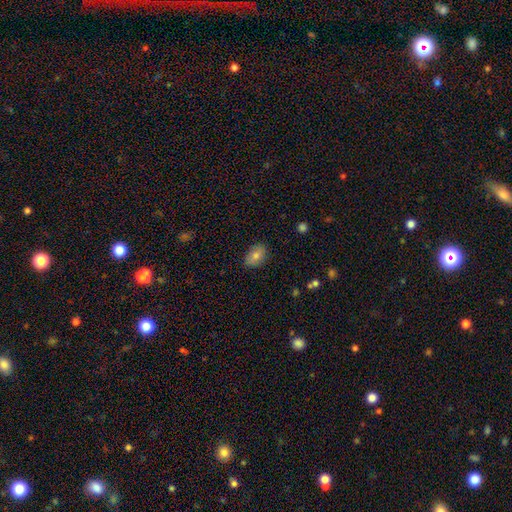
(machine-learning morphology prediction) smooth_or_featured: smooth (p=0.77) [alt: featured or disk p=0.14]
how_rounded: in between (p=0.80) [alt: round p=0.18]
merging: none (p=0.86) [alt: minor disturbance p=0.11]